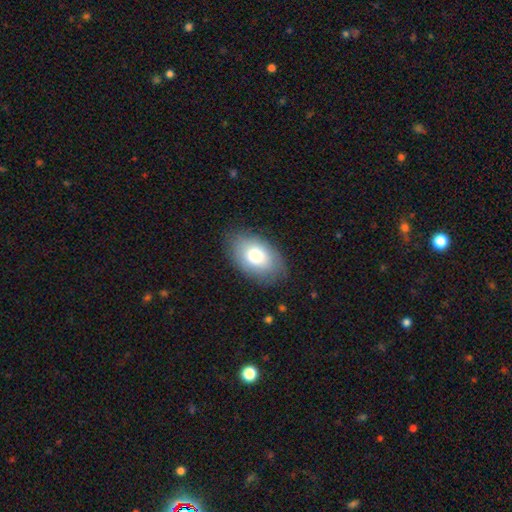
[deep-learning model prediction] Smooth or featured?
  - smooth: 76% *
  - featured or disk: 16%
  - star or artifact: 7%
How rounded?
  - in between: 90% *
  - round: 9%
  - cigar-shaped: 1%
Merging?
  - none: 81% *
  - minor disturbance: 14%
  - major disturbance: 4%
  - merger: 1%